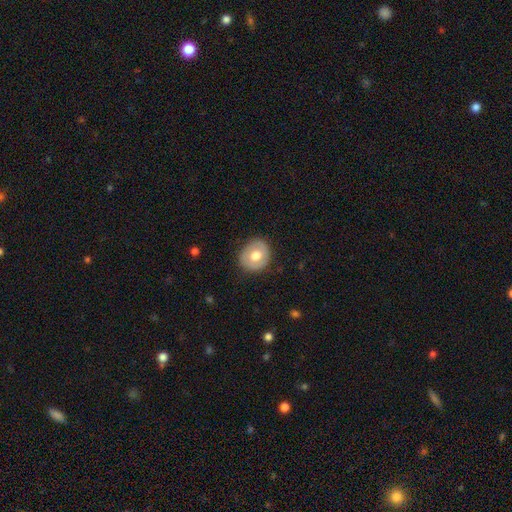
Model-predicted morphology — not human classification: Overall: smooth (61%; featured or disk 32%). How rounded: round (75%). Merging: none (83%).